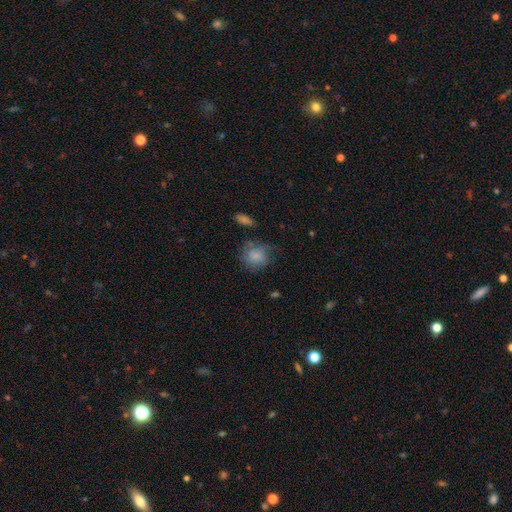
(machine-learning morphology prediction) smooth_or_featured: smooth (p=0.77) [alt: featured or disk p=0.15]
how_rounded: round (p=0.77) [alt: in between p=0.22]
merging: none (p=0.60) [alt: minor disturbance p=0.24]